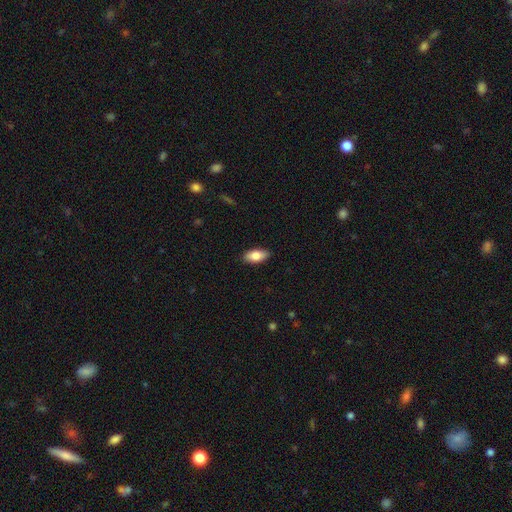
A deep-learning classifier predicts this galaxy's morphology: This appears to be a smooth galaxy with no disk features (82%) that is in between round and cigar-shaped (89%). Merging: none (88%).